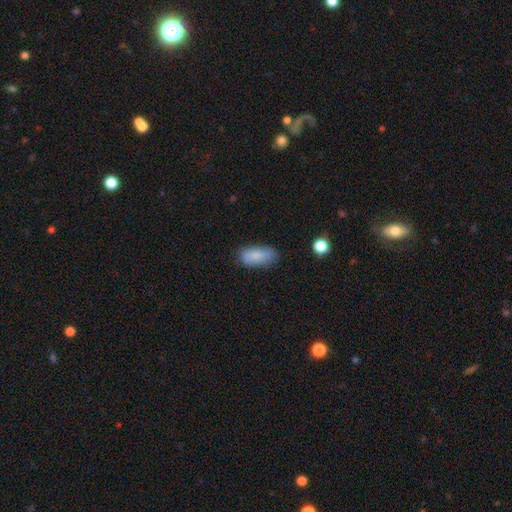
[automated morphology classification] A smooth galaxy with no disk features (86%) that is in between round and cigar-shaped (89%).

Vote fractions:
- Smooth or featured? smooth: 86% / star or artifact: 7% / featured or disk: 7%
- How rounded? in between: 89% / cigar-shaped: 8% / round: 3%
- Merging? none: 74% / minor disturbance: 20% / major disturbance: 4% / merger: 2%